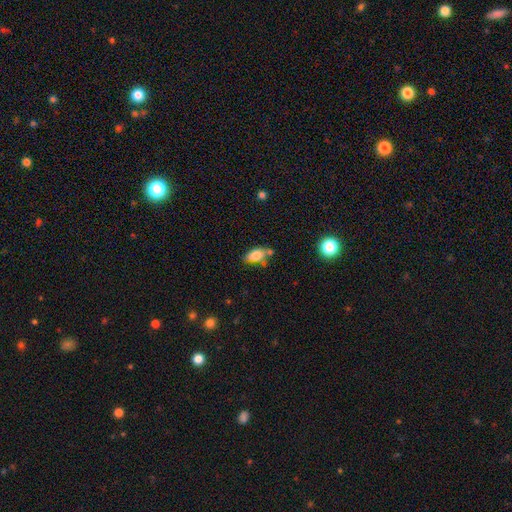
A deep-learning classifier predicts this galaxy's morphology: Overall: smooth (78%). How rounded: in between (87%). Merging: none (50%; minor disturbance 23%).